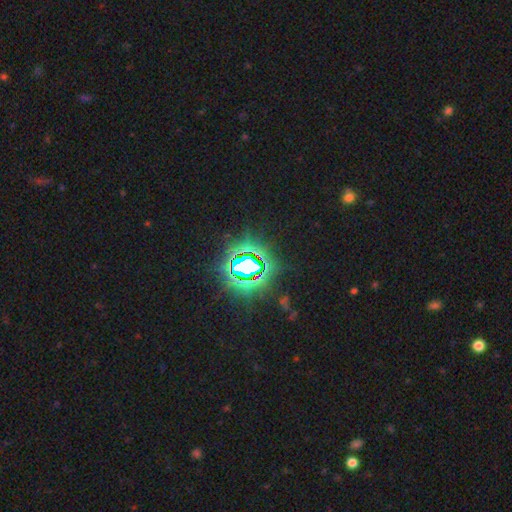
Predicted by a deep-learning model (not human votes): This is clearly a star or artifact rather than a galaxy (84%).